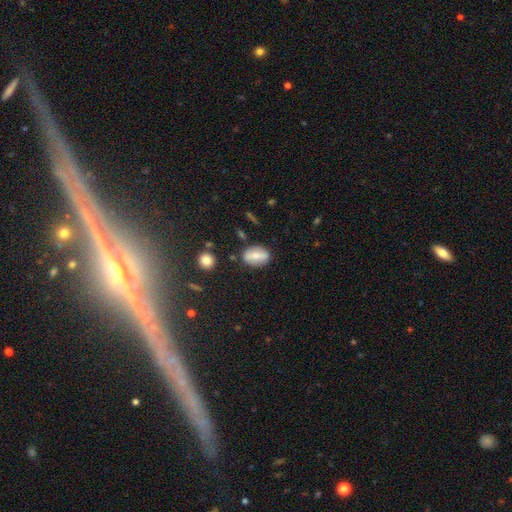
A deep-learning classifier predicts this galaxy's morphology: smooth-or-featured: smooth: 52% | featured or disk: 40% | star or artifact: 8%
  how-rounded: in between: 74% | round: 22% | cigar-shaped: 3%
  merging: none: 81% | minor disturbance: 12% | merger: 3% | major disturbance: 3%